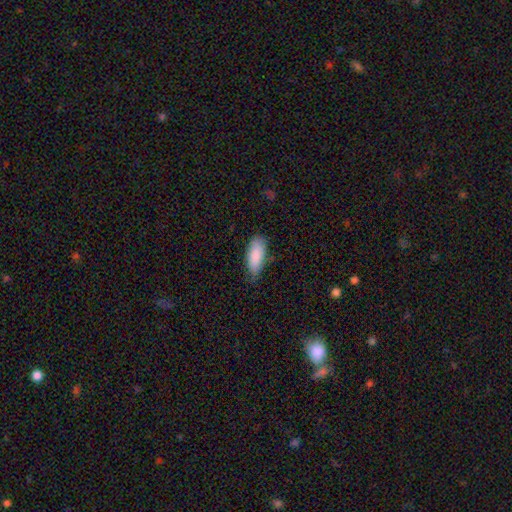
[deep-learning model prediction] A smooth galaxy with no disk features (88%) that is in between round and cigar-shaped (82%).

Vote fractions:
- Smooth or featured? smooth: 88% / featured or disk: 6% / star or artifact: 6%
- How rounded? in between: 82% / cigar-shaped: 16% / round: 2%
- Merging? none: 71% / minor disturbance: 24% / major disturbance: 4% / merger: 1%